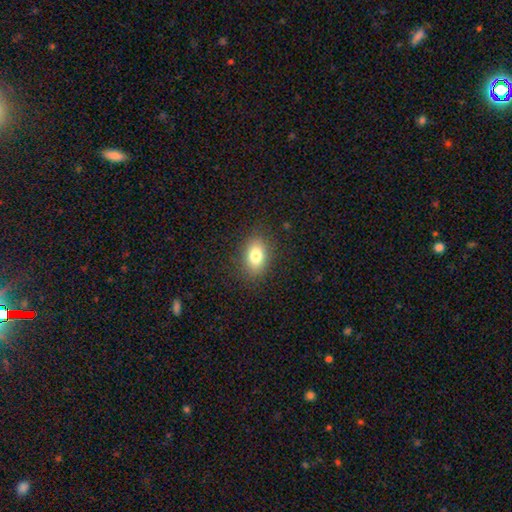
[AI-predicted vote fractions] The model was most divided on "smooth or featured": smooth: 80%, featured or disk: 10%, star or artifact: 9%. More confident: merging — none (86%); how rounded — in between (84%).